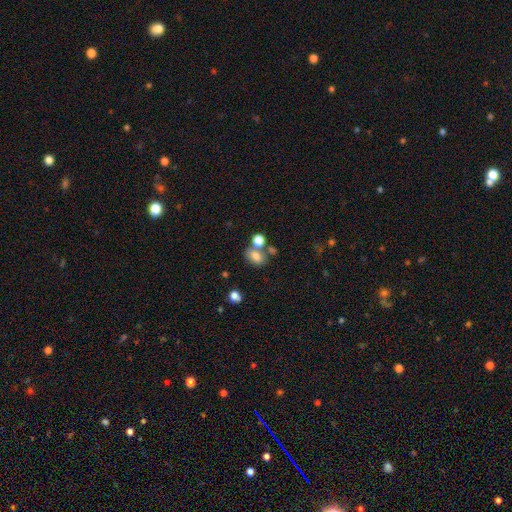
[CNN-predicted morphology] A smooth galaxy with no disk features (77%) that is in between round and cigar-shaped (68%). Merging: none (51%).